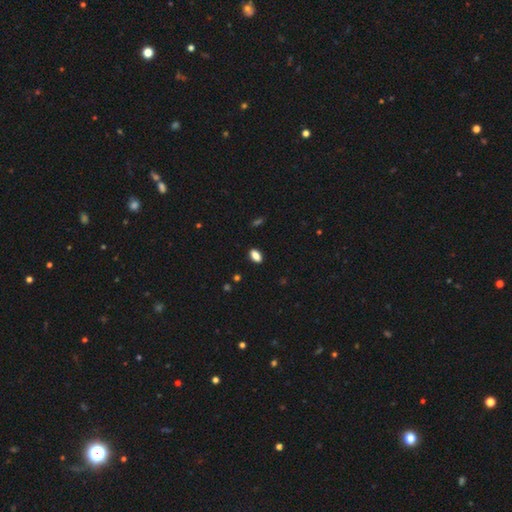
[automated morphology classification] A smooth galaxy with no disk features (86%) that is in between round and cigar-shaped (90%).

Vote fractions:
- Smooth or featured? smooth: 86% / star or artifact: 9% / featured or disk: 5%
- How rounded? in between: 90% / round: 5% / cigar-shaped: 5%
- Merging? none: 89% / minor disturbance: 8% / major disturbance: 2% / merger: 1%